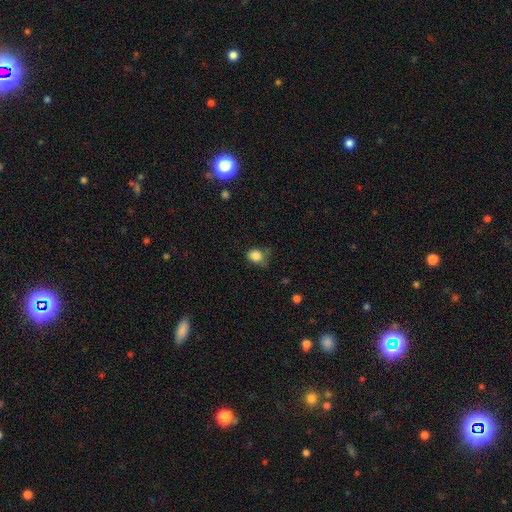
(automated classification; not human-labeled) This is clearly a smooth galaxy (84%). How rounded: possibly round (57%). Merging: possibly none (48%).